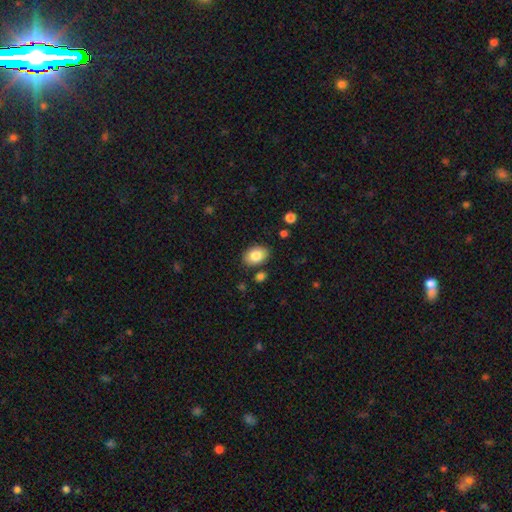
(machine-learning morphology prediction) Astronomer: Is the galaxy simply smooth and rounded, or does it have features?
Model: smooth — 84%.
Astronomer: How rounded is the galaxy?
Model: in between — 81%.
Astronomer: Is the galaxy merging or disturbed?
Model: none — 84%.